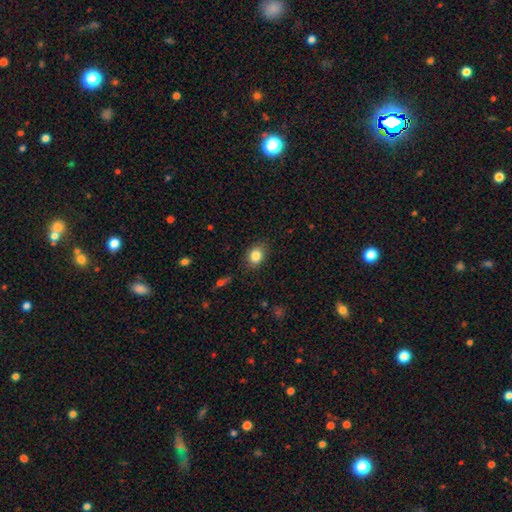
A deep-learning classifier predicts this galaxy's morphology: Q: Smooth or featured?
A: smooth (83%); runner-up: star or artifact (9%)
Q: How rounded?
A: in between (62%); runner-up: round (37%)
Q: Merging?
A: none (83%); runner-up: minor disturbance (12%)